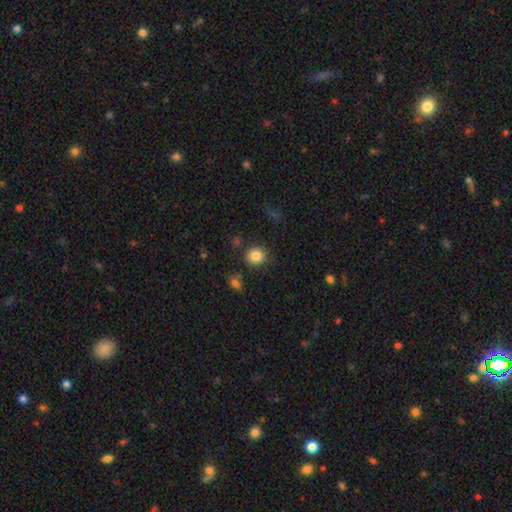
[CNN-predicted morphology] The model was most divided on "how rounded": round: 87%, in between: 12%, cigar-shaped: 1%. More confident: smooth or featured — smooth (85%); merging — none (84%).